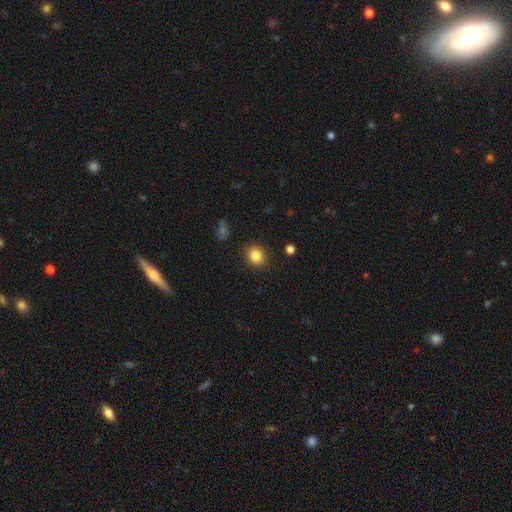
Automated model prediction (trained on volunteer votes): Smooth or featured? Predicted: smooth (p=0.85). How rounded? Predicted: round (p=0.67). Merging? Predicted: none (p=0.88).